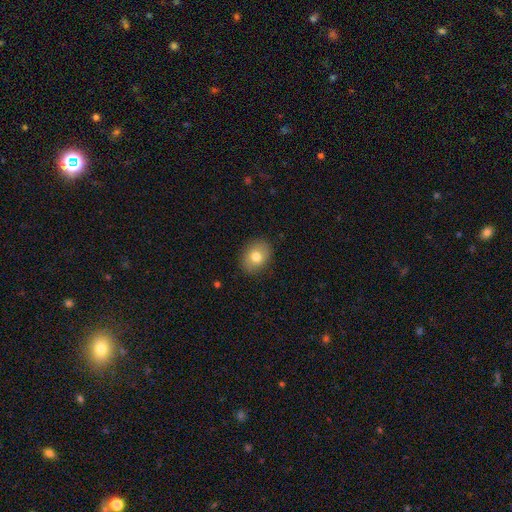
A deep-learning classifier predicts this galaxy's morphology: A smooth galaxy with no disk features (77%) that is in between round and cigar-shaped (63%). Merging: none (87%).